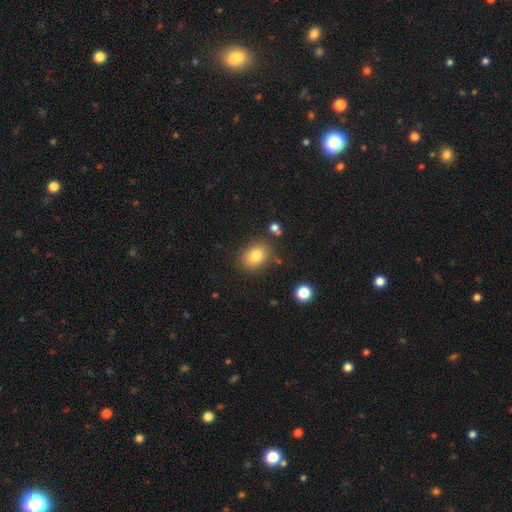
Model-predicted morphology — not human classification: Overall: smooth (82%). How rounded: in between (60%; round 39%). Merging: none (80%).